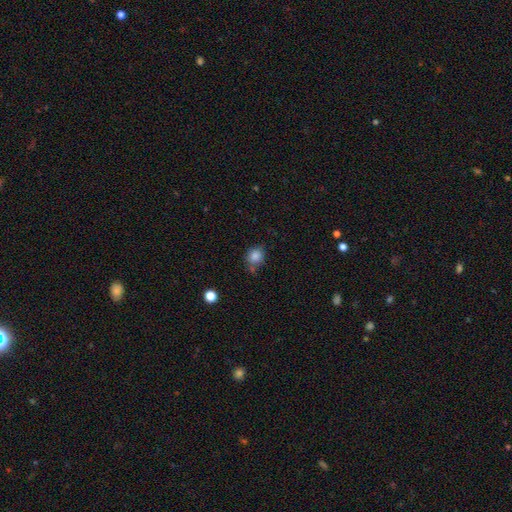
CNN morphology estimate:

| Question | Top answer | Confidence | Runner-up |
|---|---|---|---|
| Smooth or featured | smooth | 84% | star or artifact (11%) |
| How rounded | round | 76% | in between (23%) |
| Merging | none | 66% | minor disturbance (20%) |